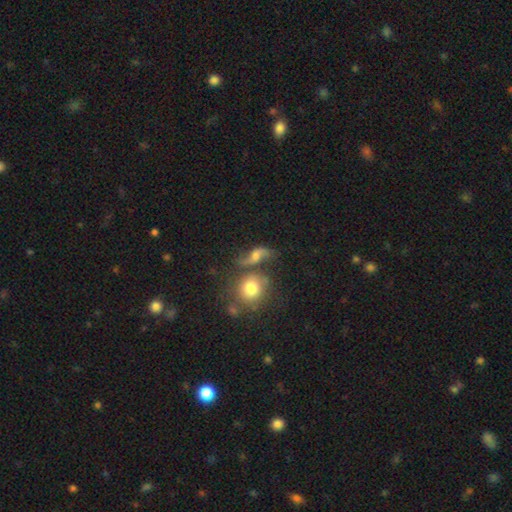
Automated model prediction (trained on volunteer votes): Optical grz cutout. It shows a featured or disk galaxy (61%) with no bar (53%), 2 (91%) loose (83%) spiral arms (87%) and a moderate central bulge (52%). Merging: none (48%).